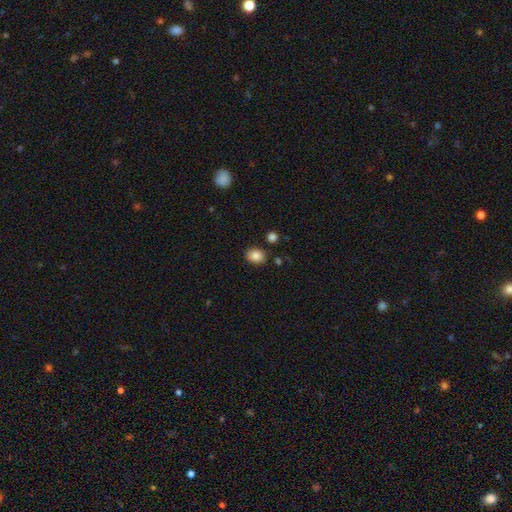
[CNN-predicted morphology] This appears to be a smooth galaxy with no disk features (84%) that is round (52%). Merging: none (84%).